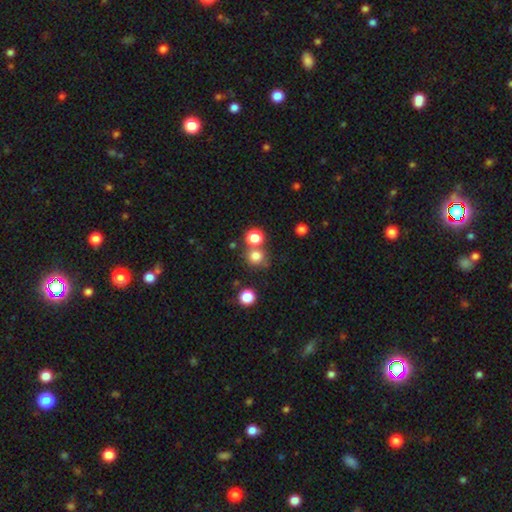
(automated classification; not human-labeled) Smooth or featured?
  - smooth: 78% *
  - star or artifact: 16%
  - featured or disk: 6%
How rounded?
  - round: 88% *
  - in between: 11%
  - cigar-shaped: 1%
Merging?
  - none: 66% *
  - merger: 21%
  - minor disturbance: 9%
  - major disturbance: 4%